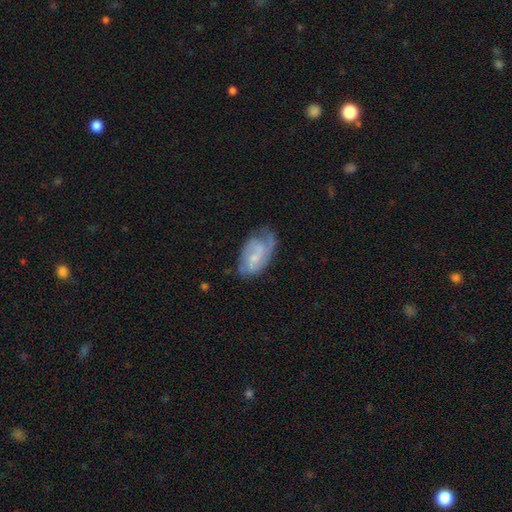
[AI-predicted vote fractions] This is likely a featured or disk galaxy (68%). It is clearly not viewed edge-on (96%). Bar: possibly no (48%). Spiral arm pattern: clearly yes (86%). Spiral arm count: possibly 2 (45%). Spiral winding: marginally medium (44%). Central bulge: possibly small (53%). Merging: possibly none (51%).